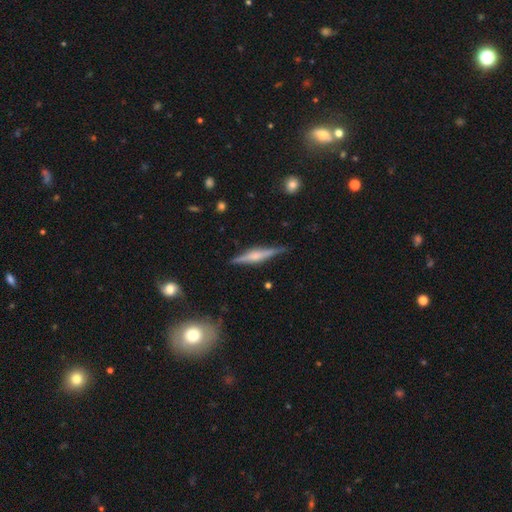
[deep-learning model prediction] A featured or disk galaxy (75%) viewed edge-on (98%) with a rounded central bulge (64%). Merging: none (87%).